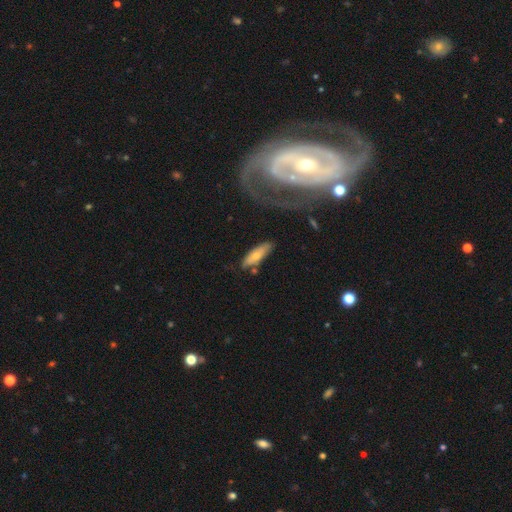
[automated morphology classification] A smooth galaxy with no disk features (65%) that is cigar-shaped (54%).

Vote fractions:
- Smooth or featured? smooth: 65% / featured or disk: 29% / star or artifact: 6%
- How rounded? cigar-shaped: 54% / in between: 44% / round: 2%
- Merging? none: 73% / minor disturbance: 17% / merger: 7% / major disturbance: 4%